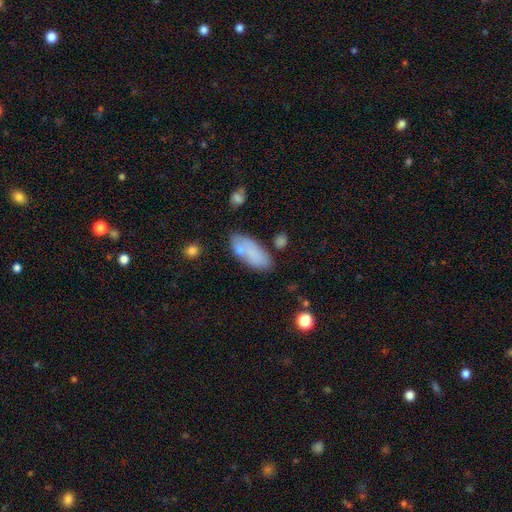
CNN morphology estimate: This appears to be a smooth galaxy with no disk features (76%) that is in between round and cigar-shaped (85%). Merging: none (59%).